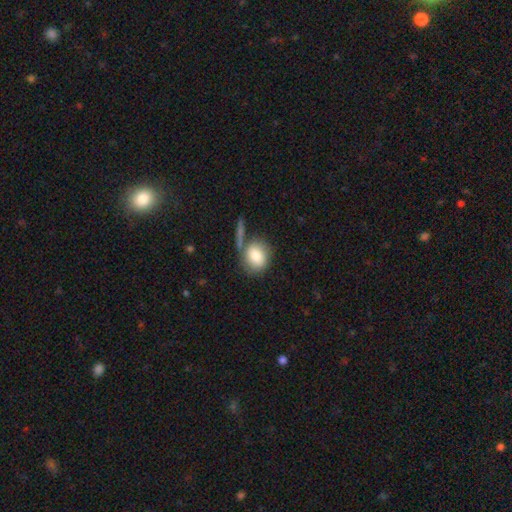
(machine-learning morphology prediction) This is likely a smooth galaxy (80%). How rounded: likely round (63%). Merging: possibly none (58%).